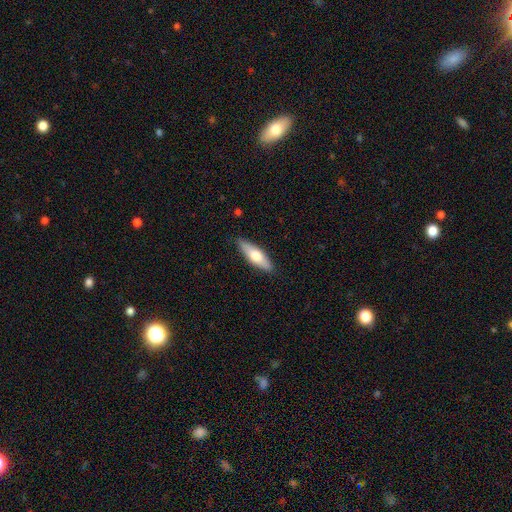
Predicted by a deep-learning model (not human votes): The model was most divided on "how rounded": in between: 51%, cigar-shaped: 47%, round: 2%. More confident: merging — none (86%); smooth or featured — smooth (62%).